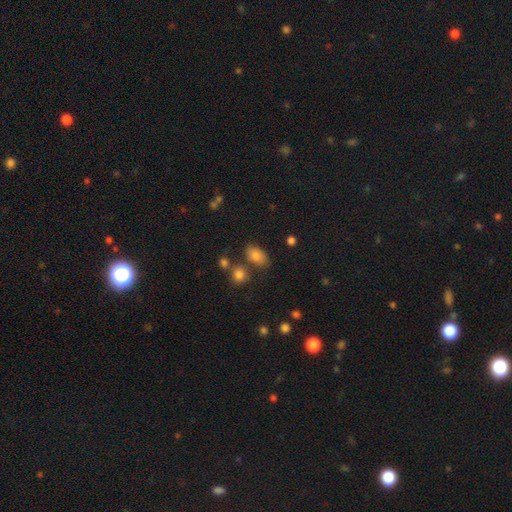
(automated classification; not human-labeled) The model was most divided on "merging": none: 69%, minor disturbance: 15%, merger: 10%, major disturbance: 5%. More confident: how rounded — in between (87%); smooth or featured — smooth (82%).